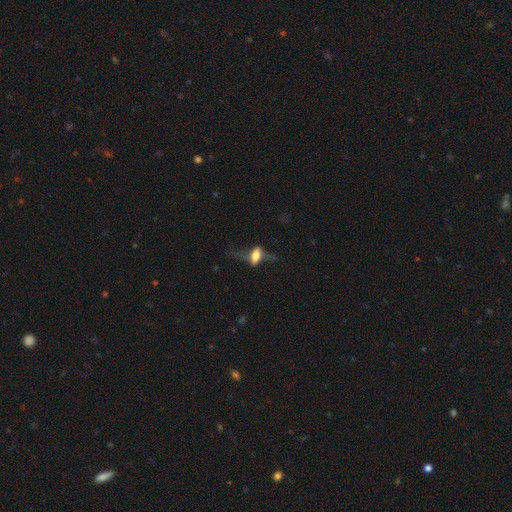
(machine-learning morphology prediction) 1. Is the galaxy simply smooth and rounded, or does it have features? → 52% featured or disk, 38% smooth, 10% star or artifact.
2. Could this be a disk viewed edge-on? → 65% yes, 35% no.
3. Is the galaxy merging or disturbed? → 47% none, 30% major disturbance, 20% minor disturbance, 3% merger.